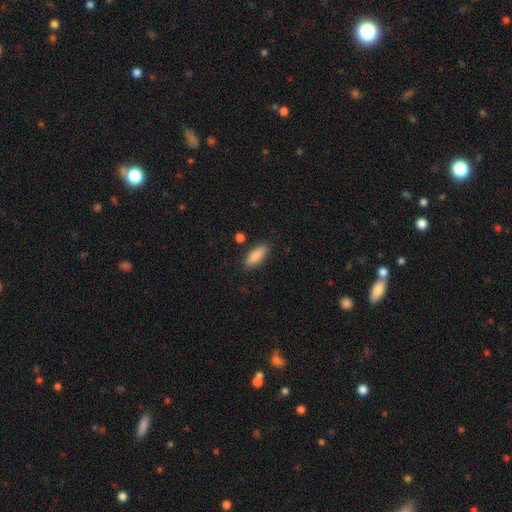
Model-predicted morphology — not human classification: Overall: smooth (85%). How rounded: in between (67%; cigar-shaped 31%). Merging: none (85%).